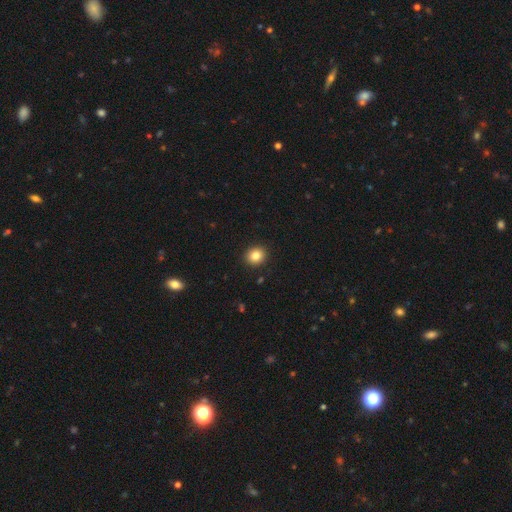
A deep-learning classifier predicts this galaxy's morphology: A smooth galaxy with no disk features (84%) that is round (78%).

Vote fractions:
- Smooth or featured? smooth: 84% / star or artifact: 10% / featured or disk: 6%
- How rounded? round: 78% / in between: 21% / cigar-shaped: 1%
- Merging? none: 92% / minor disturbance: 6% / major disturbance: 2% / merger: 1%